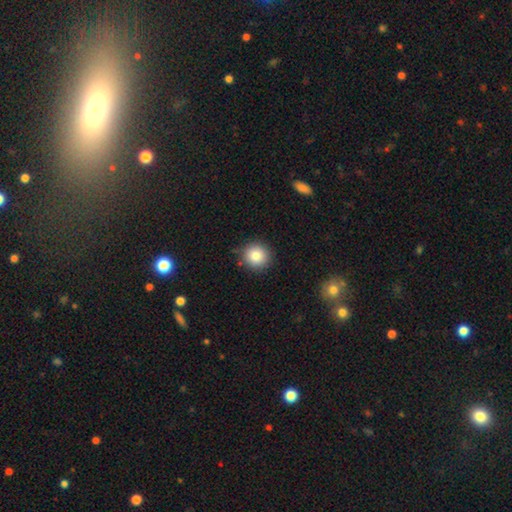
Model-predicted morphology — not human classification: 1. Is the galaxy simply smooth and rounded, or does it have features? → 84% smooth, 10% star or artifact, 7% featured or disk.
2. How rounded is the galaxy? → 93% round, 7% in between, 1% cigar-shaped.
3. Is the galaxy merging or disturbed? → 86% none, 9% minor disturbance, 2% major disturbance, 2% merger.